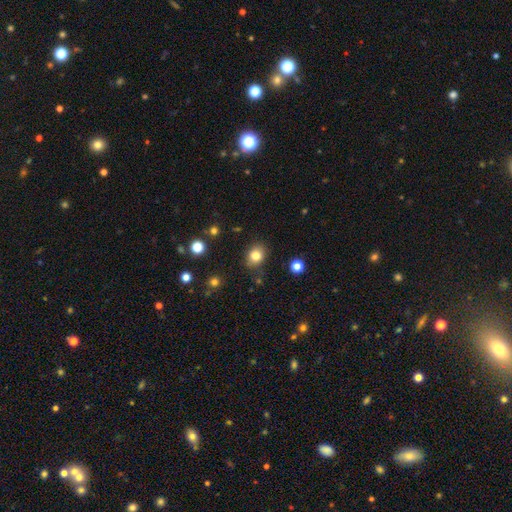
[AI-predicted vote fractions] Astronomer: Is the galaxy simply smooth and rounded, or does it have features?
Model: smooth — 82%.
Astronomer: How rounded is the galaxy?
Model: round — 57% (runner-up: in between, 42%).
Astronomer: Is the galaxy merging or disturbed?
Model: none — 81%.